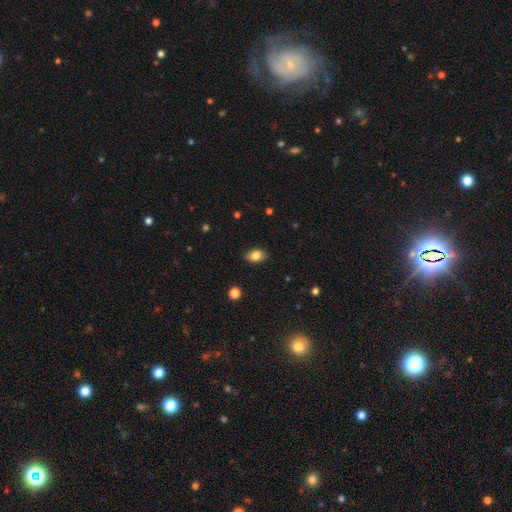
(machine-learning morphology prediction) smooth-or-featured: smooth: 83% | star or artifact: 9% | featured or disk: 8%
  how-rounded: in between: 84% | round: 14% | cigar-shaped: 1%
  merging: none: 87% | minor disturbance: 10% | major disturbance: 2% | merger: 1%